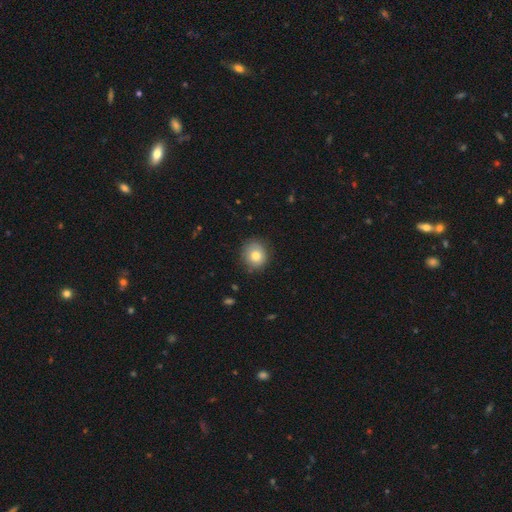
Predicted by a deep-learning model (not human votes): A smooth galaxy with no disk features (79%) that is round (80%). Merging: none (83%).